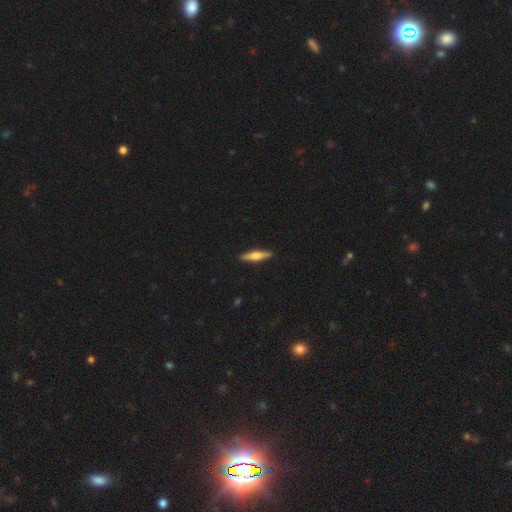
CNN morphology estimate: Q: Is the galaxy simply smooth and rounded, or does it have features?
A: featured or disk — 49%.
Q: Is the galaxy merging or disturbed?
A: none — 91%.